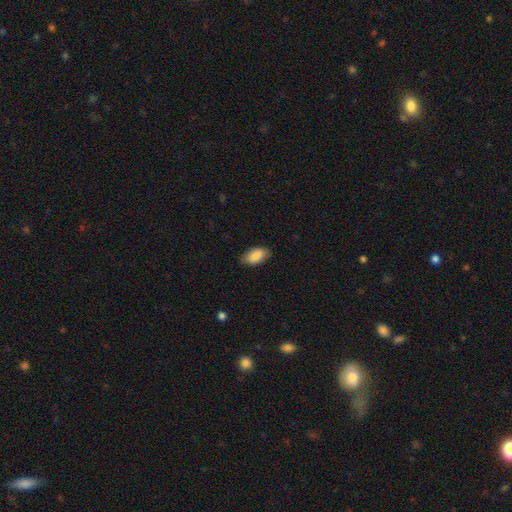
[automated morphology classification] smooth 88%, star or artifact 6%, featured or disk 6%. Down the decision tree: how rounded — in between (94%); merging — none (83%).